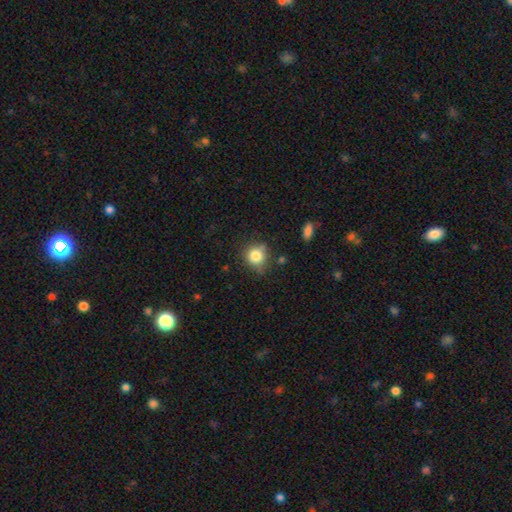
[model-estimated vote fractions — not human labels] smooth_or_featured: smooth (p=0.83) [alt: star or artifact p=0.11]
how_rounded: round (p=0.87) [alt: in between p=0.12]
merging: none (p=0.74) [alt: minor disturbance p=0.18]